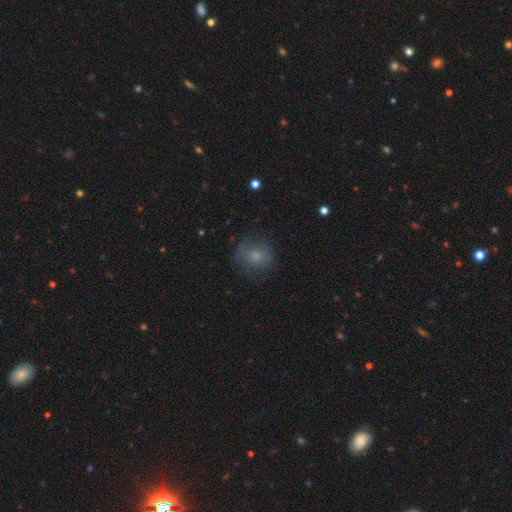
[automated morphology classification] Q: Smooth or featured?
A: smooth (71%); runner-up: featured or disk (18%)
Q: How rounded?
A: round (79%); runner-up: in between (20%)
Q: Merging?
A: none (72%); runner-up: minor disturbance (18%)